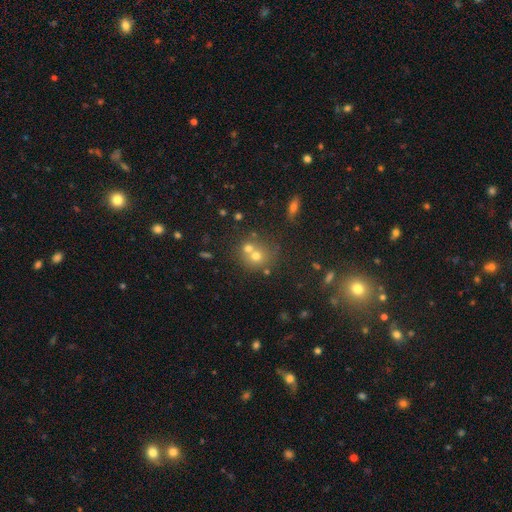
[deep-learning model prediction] smooth-or-featured: smooth: 61% | featured or disk: 21% | star or artifact: 18%
  how-rounded: round: 81% | in between: 18% | cigar-shaped: 1%
  merging: merger: 47% | none: 42% | minor disturbance: 8% | major disturbance: 4%